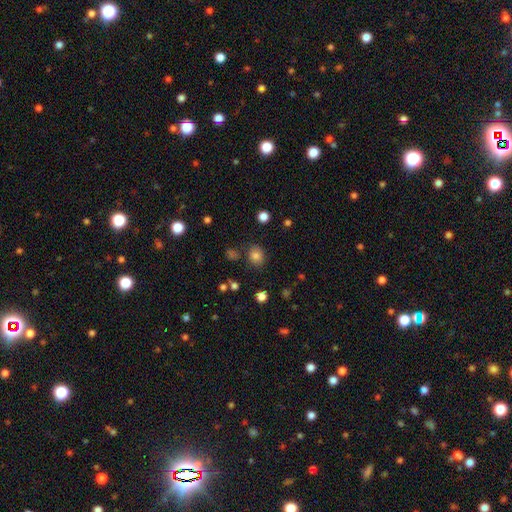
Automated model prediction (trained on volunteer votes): This is likely a smooth galaxy (80%). How rounded: likely round (62%). Merging: likely none (80%).